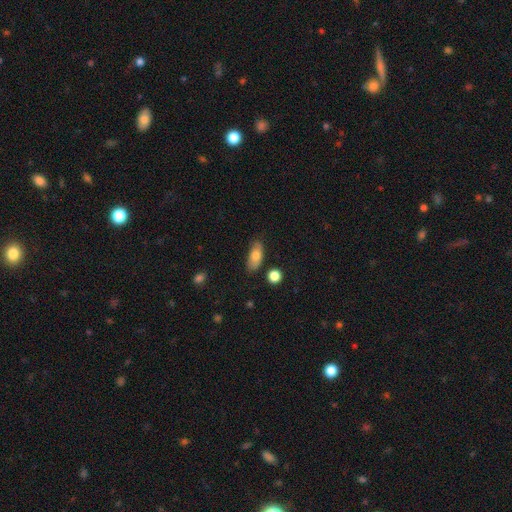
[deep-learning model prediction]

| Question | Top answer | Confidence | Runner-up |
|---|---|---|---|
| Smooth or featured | smooth | 75% | featured or disk (17%) |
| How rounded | in between | 84% | cigar-shaped (12%) |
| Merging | none | 76% | minor disturbance (17%) |